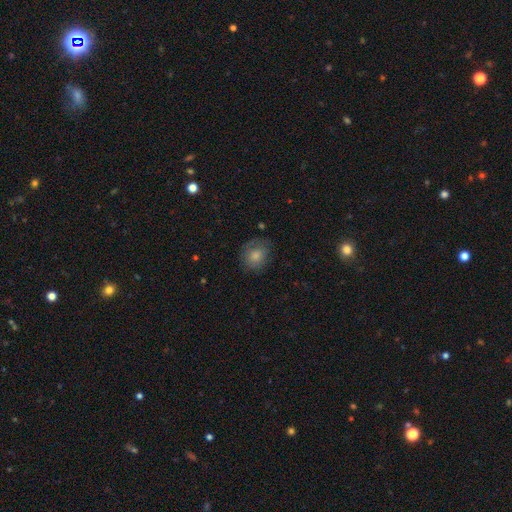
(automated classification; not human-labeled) Smooth or featured? smooth (78%)
How rounded? round (67%)
Merging? none (71%)